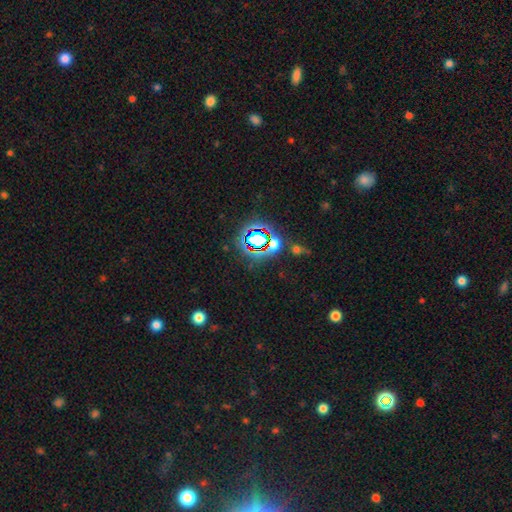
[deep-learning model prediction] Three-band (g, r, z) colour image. It shows a star or artifact, not a galaxy (79%).